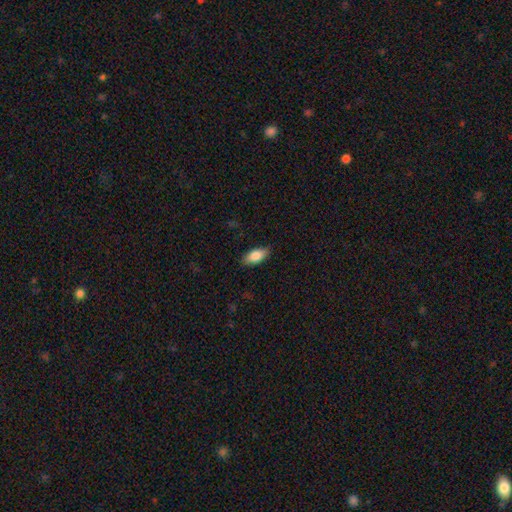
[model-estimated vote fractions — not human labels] Q: Smooth or featured?
A: smooth (84%); runner-up: featured or disk (10%)
Q: How rounded?
A: in between (88%); runner-up: cigar-shaped (9%)
Q: Merging?
A: none (87%); runner-up: minor disturbance (10%)